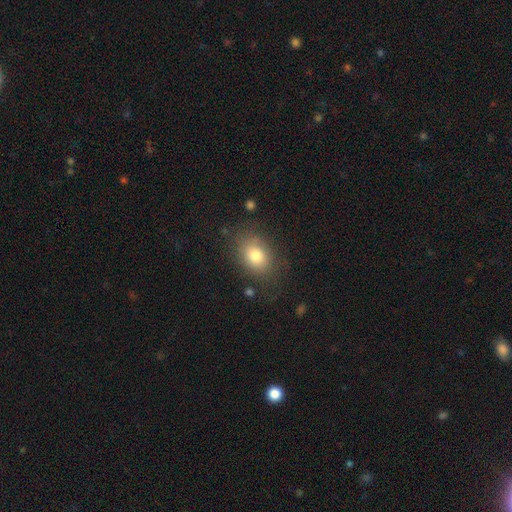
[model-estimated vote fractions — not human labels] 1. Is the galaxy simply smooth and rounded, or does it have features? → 79% smooth, 12% featured or disk, 9% star or artifact.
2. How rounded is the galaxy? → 71% in between, 28% round, 1% cigar-shaped.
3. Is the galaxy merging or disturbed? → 75% none, 16% minor disturbance, 6% major disturbance, 2% merger.